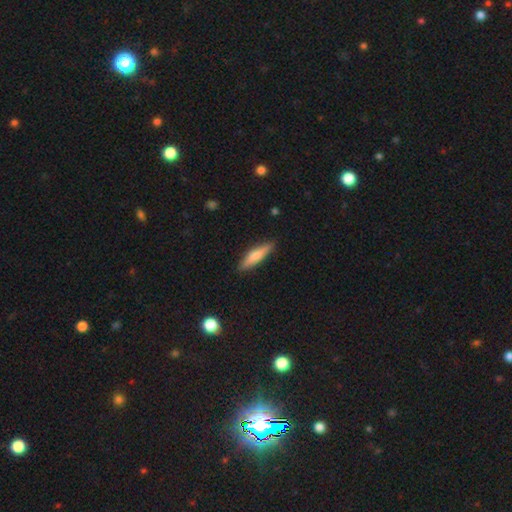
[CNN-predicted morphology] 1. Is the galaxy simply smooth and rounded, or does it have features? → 64% smooth, 30% featured or disk, 6% star or artifact.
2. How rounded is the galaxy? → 77% cigar-shaped, 21% in between, 2% round.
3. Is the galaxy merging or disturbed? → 87% none, 10% minor disturbance, 2% major disturbance, 1% merger.